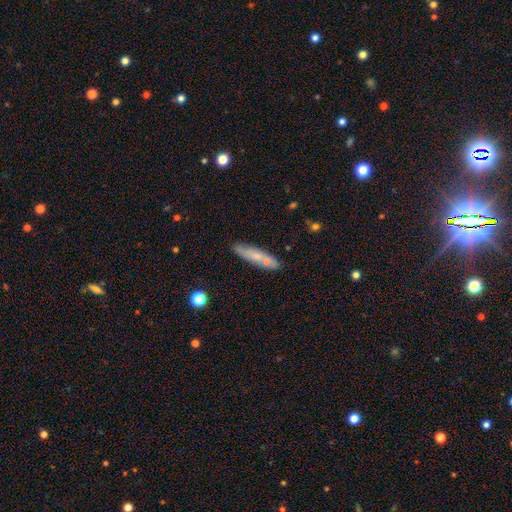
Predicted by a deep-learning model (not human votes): A smooth galaxy with no disk features (61%) that is cigar-shaped (80%). Merging: none (68%).